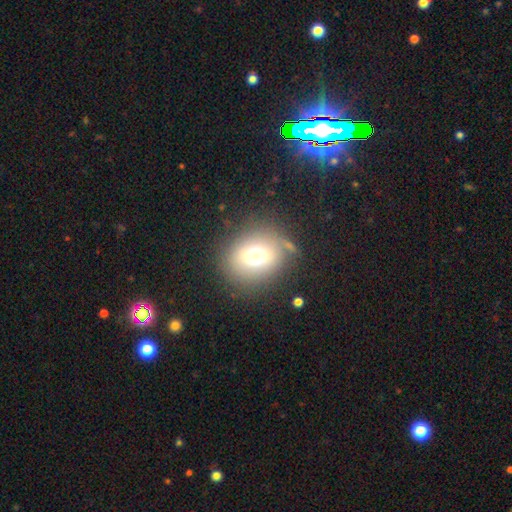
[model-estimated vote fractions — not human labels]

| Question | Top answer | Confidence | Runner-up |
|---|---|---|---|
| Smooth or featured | smooth | 71% | featured or disk (16%) |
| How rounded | round | 62% | in between (37%) |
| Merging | none | 75% | minor disturbance (14%) |